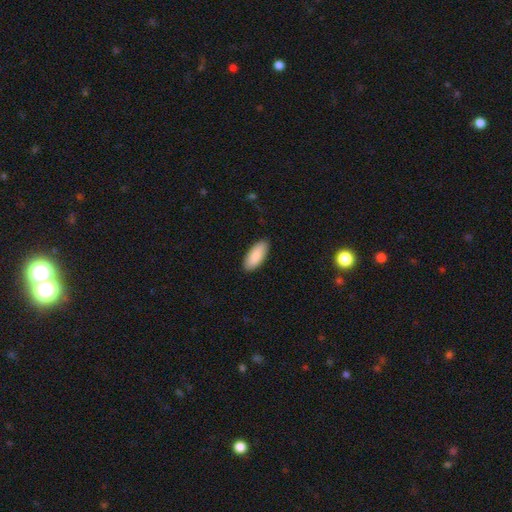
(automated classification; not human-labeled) Morphology: type=smooth (89%); roundness=in between (85%); merging=none (89%).